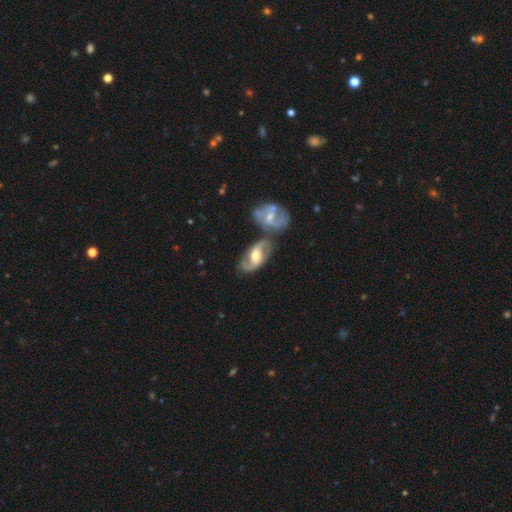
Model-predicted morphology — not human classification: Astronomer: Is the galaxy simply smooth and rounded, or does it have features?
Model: featured or disk — 80%.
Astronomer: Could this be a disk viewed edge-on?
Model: no — 95%.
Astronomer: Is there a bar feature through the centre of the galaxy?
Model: weak — 44% (runner-up: no, 32%).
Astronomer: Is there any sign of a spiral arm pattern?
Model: yes — 92%.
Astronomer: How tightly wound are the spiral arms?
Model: medium — 48% (runner-up: loose, 33%).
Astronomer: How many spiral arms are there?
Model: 2 — 87%.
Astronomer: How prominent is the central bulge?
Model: moderate — 71%.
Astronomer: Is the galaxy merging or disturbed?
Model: none — 48% (runner-up: merger, 29%).